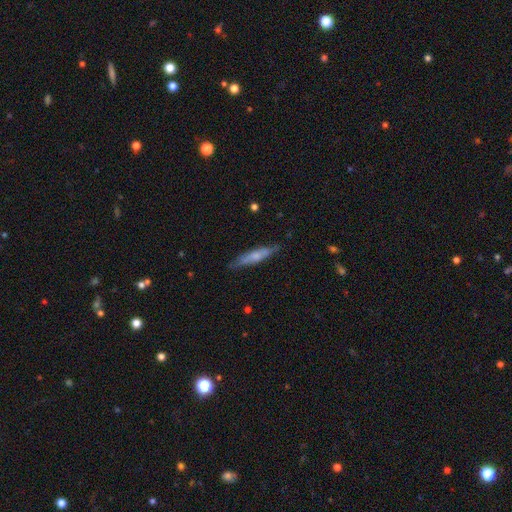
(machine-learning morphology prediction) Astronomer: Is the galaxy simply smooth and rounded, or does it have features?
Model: smooth — 53% (runner-up: featured or disk, 41%).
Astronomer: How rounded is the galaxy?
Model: cigar-shaped — 84%.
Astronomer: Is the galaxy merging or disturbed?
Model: none — 76%.